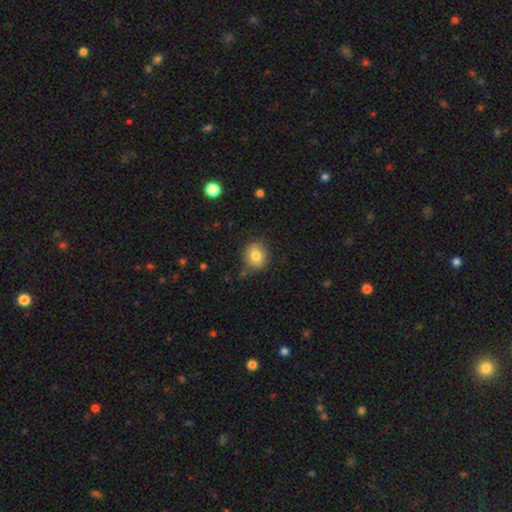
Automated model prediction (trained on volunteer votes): smooth-or-featured: smooth: 80% | featured or disk: 11% | star or artifact: 9%
  how-rounded: round: 82% | in between: 17% | cigar-shaped: 1%
  merging: none: 81% | minor disturbance: 14% | major disturbance: 3% | merger: 2%